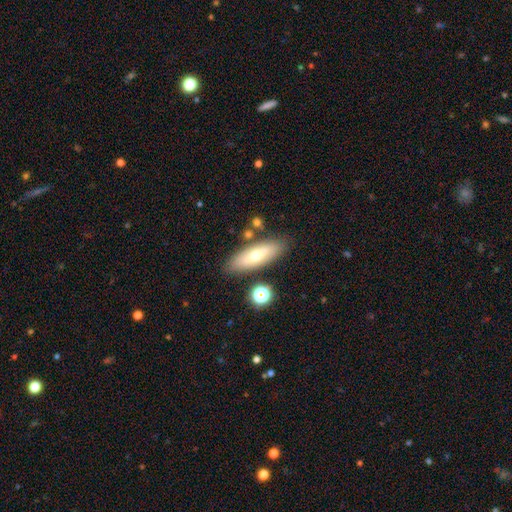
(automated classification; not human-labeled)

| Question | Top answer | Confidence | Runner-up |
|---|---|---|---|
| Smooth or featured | smooth | 56% | featured or disk (36%) |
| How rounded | in between | 55% | cigar-shaped (42%) |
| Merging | none | 82% | minor disturbance (11%) |